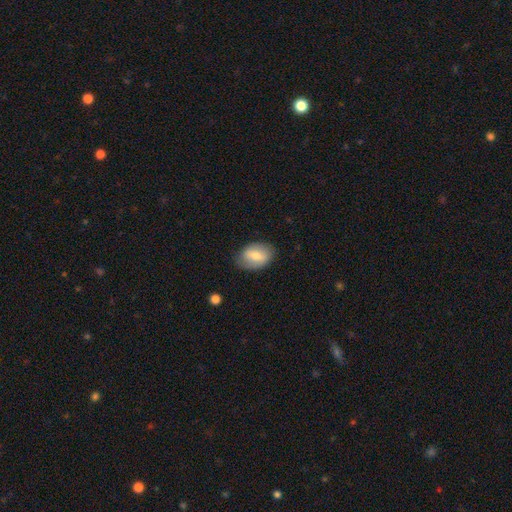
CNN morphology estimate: Smooth or featured?
  - smooth: 68% *
  - featured or disk: 26%
  - star or artifact: 7%
How rounded?
  - in between: 81% *
  - round: 18%
  - cigar-shaped: 1%
Merging?
  - none: 78% *
  - minor disturbance: 17%
  - major disturbance: 4%
  - merger: 1%